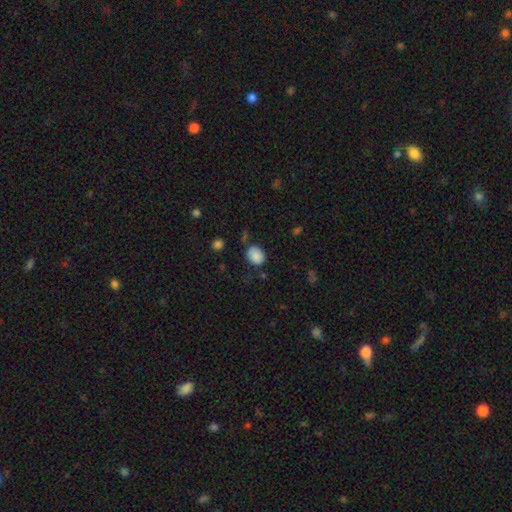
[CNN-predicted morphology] A smooth galaxy with no disk features (87%) that is in between round and cigar-shaped (55%).

Vote fractions:
- Smooth or featured? smooth: 87% / star or artifact: 9% / featured or disk: 4%
- How rounded? in between: 55% / round: 44% / cigar-shaped: 1%
- Merging? none: 73% / minor disturbance: 19% / major disturbance: 5% / merger: 4%